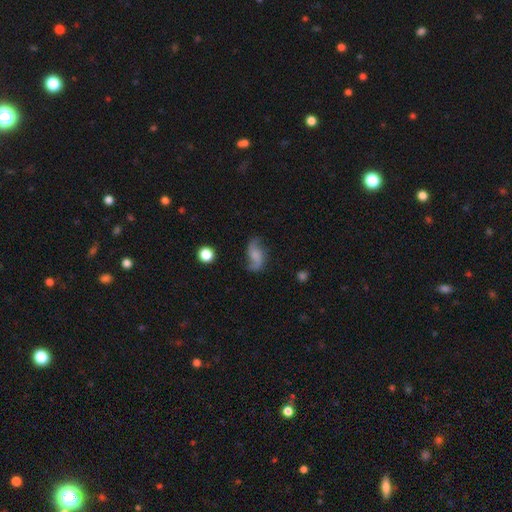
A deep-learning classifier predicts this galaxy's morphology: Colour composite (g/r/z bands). It shows a featured or disk galaxy (72%) with no bar (59%), 2 (91%) loose (81%) spiral arms (94%) and no central bulge (38%). Merging: none (69%).